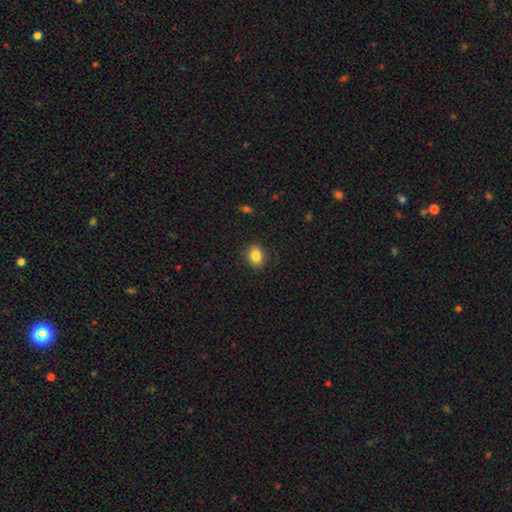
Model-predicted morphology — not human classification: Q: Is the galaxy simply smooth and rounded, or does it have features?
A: smooth — 85%.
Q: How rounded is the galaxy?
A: in between — 55%.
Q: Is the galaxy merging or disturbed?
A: none — 88%.